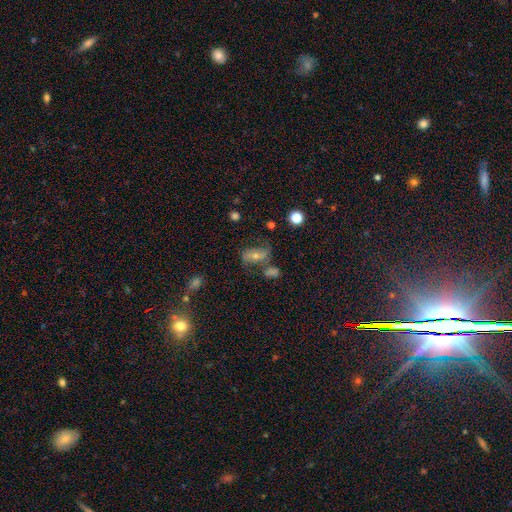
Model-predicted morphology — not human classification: Smooth or featured? Predicted: featured or disk (p=0.49). Merging? Predicted: none (p=0.49).